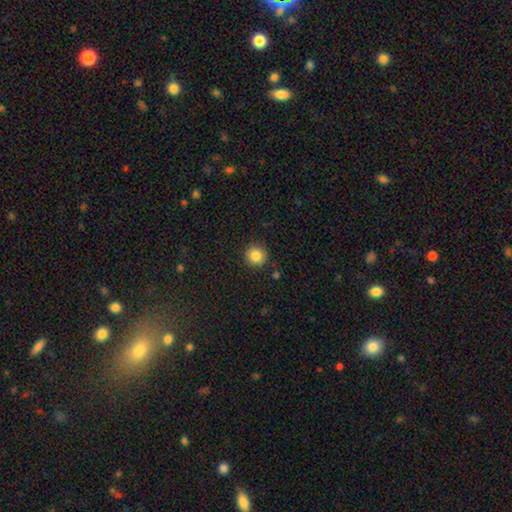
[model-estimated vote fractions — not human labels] Smooth or featured: smooth — 85% (star or artifact — 10%)
How rounded: round — 94% (in between — 6%)
Merging: none — 89% (minor disturbance — 7%)